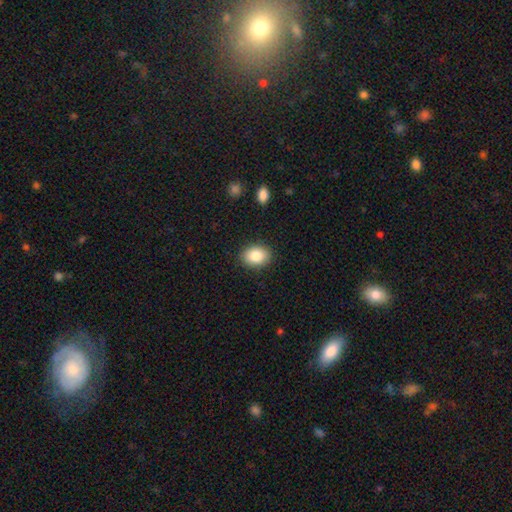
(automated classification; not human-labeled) smooth-or-featured: smooth: 85% | star or artifact: 8% | featured or disk: 7%
  how-rounded: in between: 65% | round: 34% | cigar-shaped: 1%
  merging: none: 89% | minor disturbance: 8% | major disturbance: 2% | merger: 1%